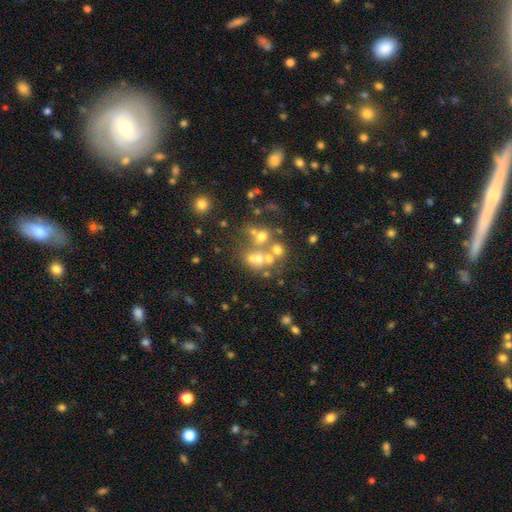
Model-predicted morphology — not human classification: type=smooth (34%); merging=none (45%).